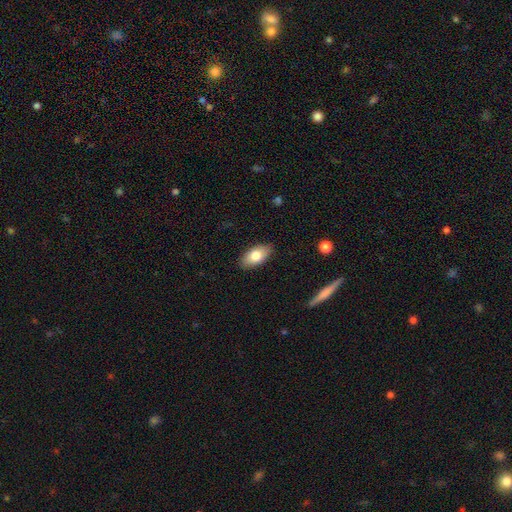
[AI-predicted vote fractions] This appears to be a smooth galaxy with no disk features (78%) that is in between round and cigar-shaped (92%). Merging: none (87%).